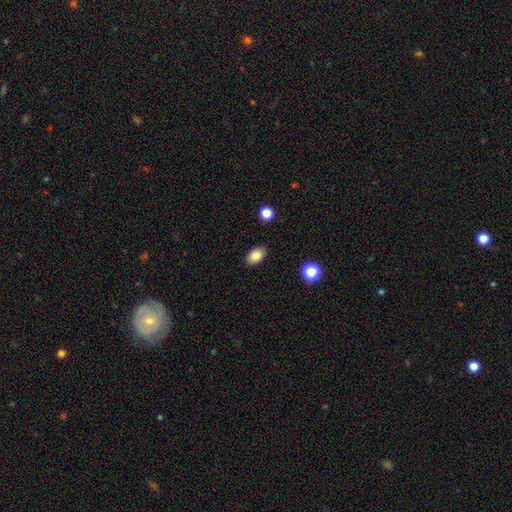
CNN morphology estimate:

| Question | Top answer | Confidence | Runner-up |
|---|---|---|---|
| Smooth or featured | smooth | 85% | star or artifact (9%) |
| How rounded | in between | 89% | round (9%) |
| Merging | none | 88% | minor disturbance (9%) |